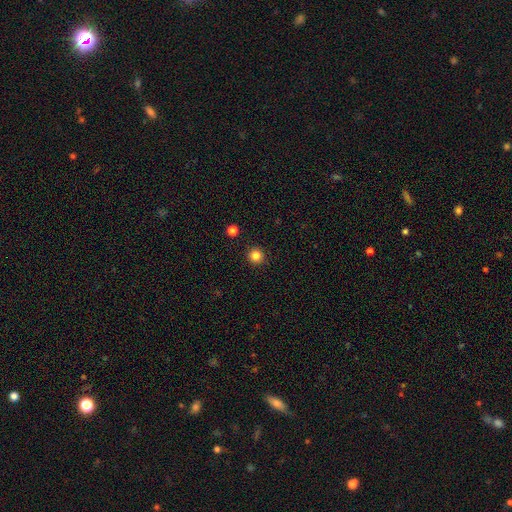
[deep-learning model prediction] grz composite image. It shows a smooth galaxy with no disk features (83%) that is round (95%). Merging: none (93%).